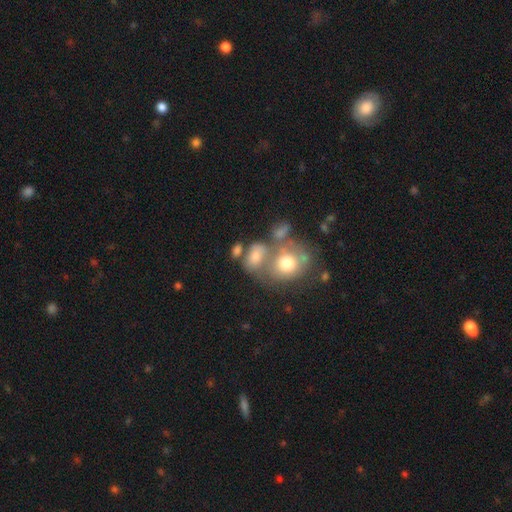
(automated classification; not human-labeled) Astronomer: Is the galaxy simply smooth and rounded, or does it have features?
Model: smooth — 66%.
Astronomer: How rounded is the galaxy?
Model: in between — 66%.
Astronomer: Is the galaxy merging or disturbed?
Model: merger — 46% (runner-up: none, 29%).